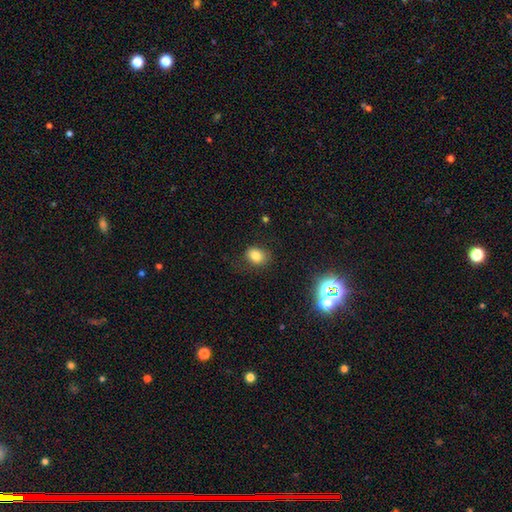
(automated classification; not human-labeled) Smooth or featured?
  - smooth: 79% *
  - star or artifact: 14%
  - featured or disk: 7%
How rounded?
  - in between: 55% *
  - round: 44%
  - cigar-shaped: 1%
Merging?
  - none: 77% *
  - minor disturbance: 16%
  - major disturbance: 5%
  - merger: 2%